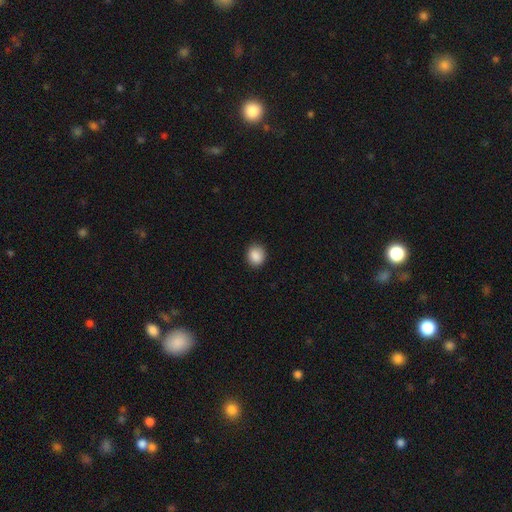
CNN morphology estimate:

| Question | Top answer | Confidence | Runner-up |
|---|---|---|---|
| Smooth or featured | smooth | 89% | star or artifact (8%) |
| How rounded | round | 68% | in between (31%) |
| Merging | none | 88% | minor disturbance (9%) |